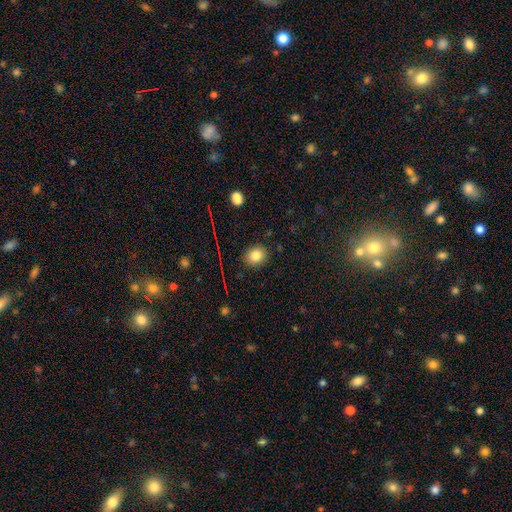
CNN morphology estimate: This is clearly a smooth galaxy (82%). How rounded: likely round (62%). Merging: clearly none (89%).